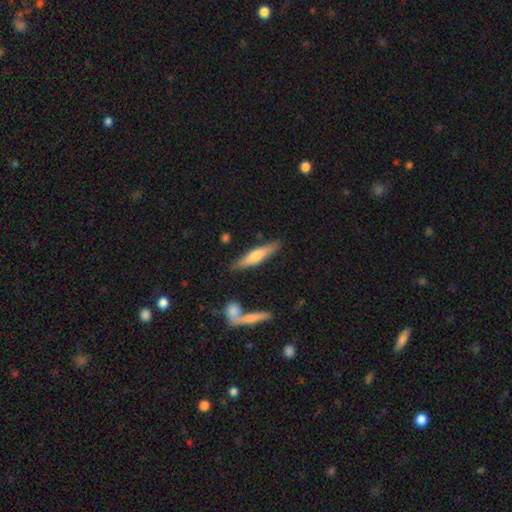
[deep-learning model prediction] smooth 52%, featured or disk 43%, star or artifact 6%. Down the decision tree: how rounded — cigar-shaped (82%); merging — none (81%).